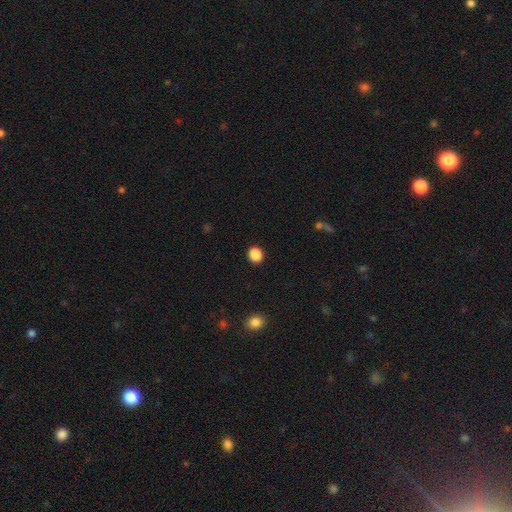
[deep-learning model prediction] Smooth or featured? Predicted: smooth (p=0.87). How rounded? Predicted: round (p=0.62). Merging? Predicted: none (p=0.89).